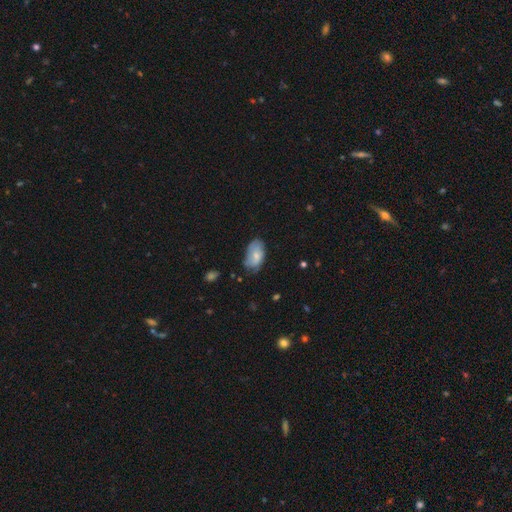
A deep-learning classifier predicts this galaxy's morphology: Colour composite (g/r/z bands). It shows a smooth galaxy with no disk features (67%) that is in between round and cigar-shaped (92%). Merging: none (53%).